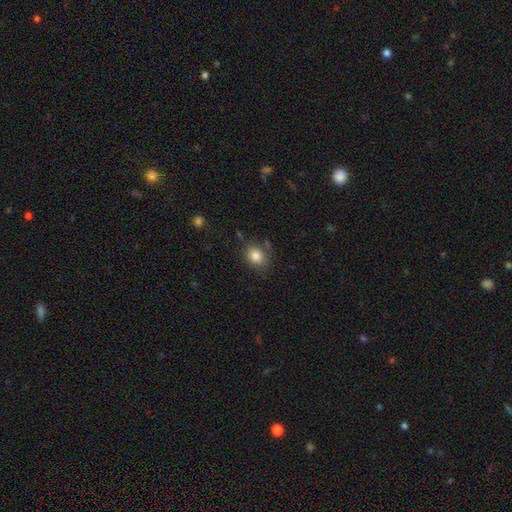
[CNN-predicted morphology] The model was most divided on "how rounded": round: 56%, in between: 43%, cigar-shaped: 1%. More confident: smooth or featured — smooth (83%); merging — none (75%).